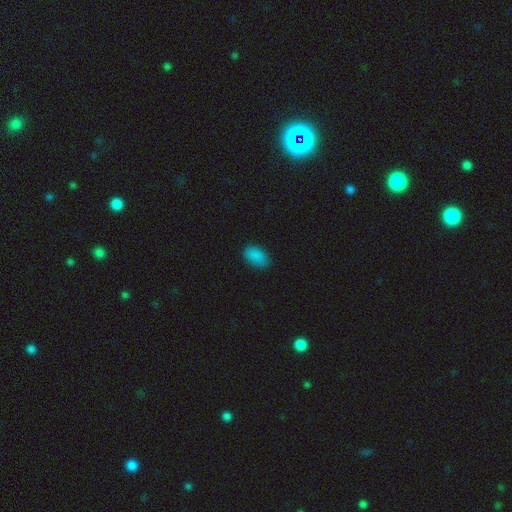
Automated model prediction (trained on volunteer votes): A smooth galaxy with no disk features (87%) that is in between round and cigar-shaped (91%).

Vote fractions:
- Smooth or featured? smooth: 87% / star or artifact: 10% / featured or disk: 4%
- How rounded? in between: 91% / round: 7% / cigar-shaped: 2%
- Merging? none: 81% / minor disturbance: 15% / major disturbance: 3% / merger: 1%